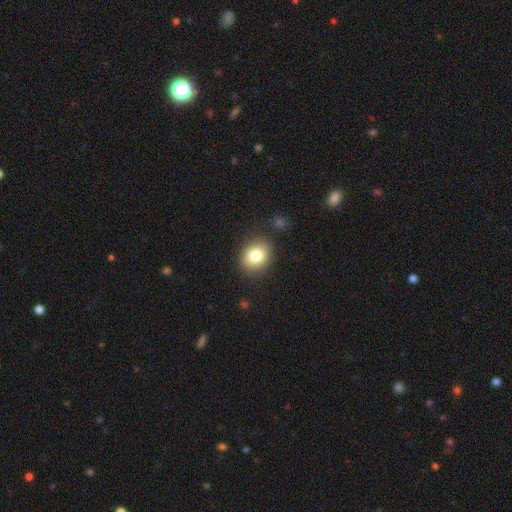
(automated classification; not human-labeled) Overall: smooth (81%). How rounded: round (60%; in between 39%). Merging: none (85%).